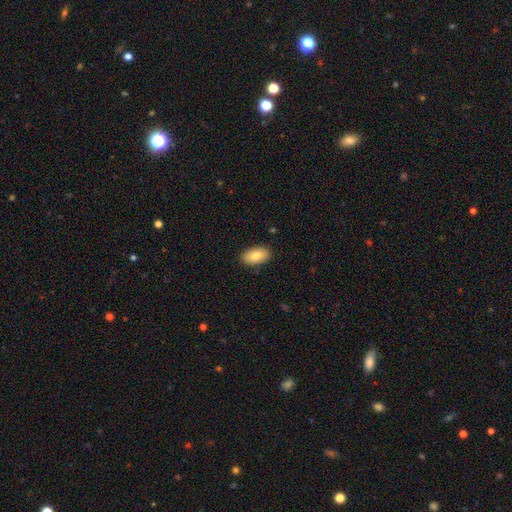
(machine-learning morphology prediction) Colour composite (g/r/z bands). It shows a smooth galaxy with no disk features (82%) that is in between round and cigar-shaped (93%). Merging: none (88%).